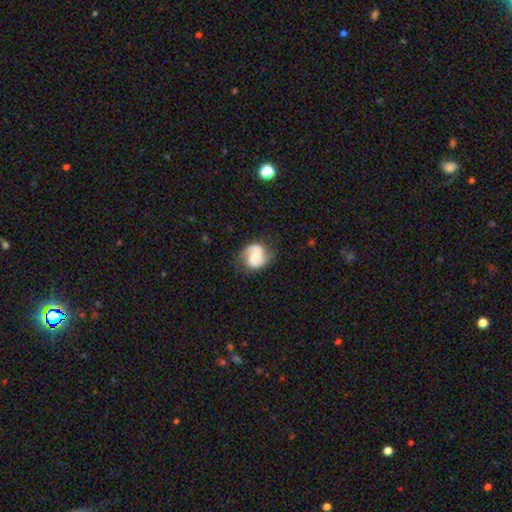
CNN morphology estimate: Smooth or featured: featured or disk — 70% (smooth — 23%)
Edge-on disk: no — 98% (yes — 2%)
Bar: no — 49% (weak — 40%)
Spiral arms: yes — 94% (no — 6%)
Spiral winding: medium — 47% (tight — 28%)
Spiral arm count: 2 — 84% (1 — 7%)
Bulge size: small — 44% (moderate — 40%)
Merging: none — 72% (minor disturbance — 20%)